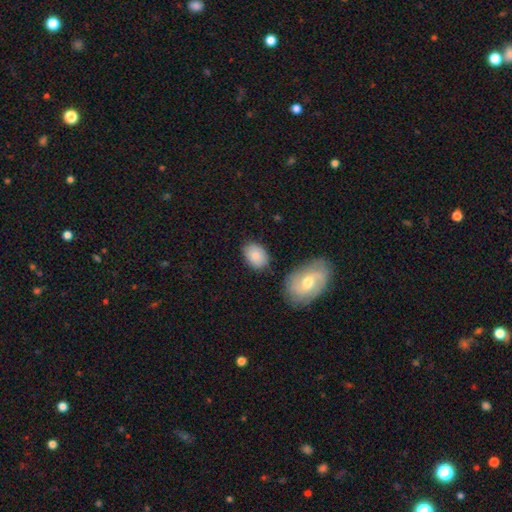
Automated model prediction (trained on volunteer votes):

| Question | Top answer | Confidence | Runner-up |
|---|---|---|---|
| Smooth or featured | smooth | 83% | featured or disk (11%) |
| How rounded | in between | 82% | round (17%) |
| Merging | none | 76% | minor disturbance (15%) |